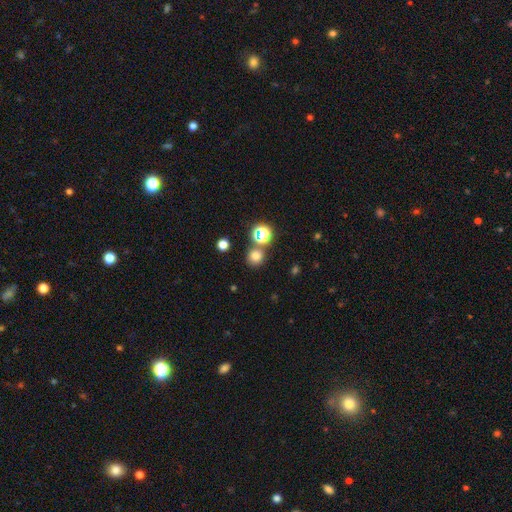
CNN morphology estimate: Smooth or featured?
  - smooth: 72% *
  - star or artifact: 22%
  - featured or disk: 6%
How rounded?
  - round: 90% *
  - in between: 9%
  - cigar-shaped: 1%
Merging?
  - none: 74% *
  - merger: 15%
  - minor disturbance: 8%
  - major disturbance: 3%